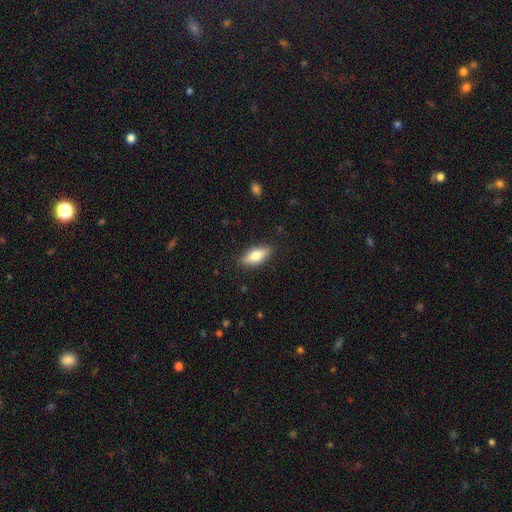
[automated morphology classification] Overall: smooth (74%). How rounded: in between (80%). Merging: none (87%).